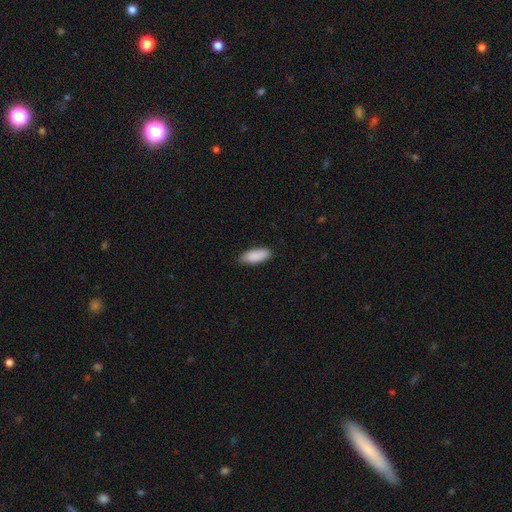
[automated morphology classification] smooth-or-featured: smooth: 90% | star or artifact: 6% | featured or disk: 4%
  how-rounded: in between: 79% | cigar-shaped: 20% | round: 2%
  merging: none: 84% | minor disturbance: 13% | major disturbance: 2% | merger: 1%